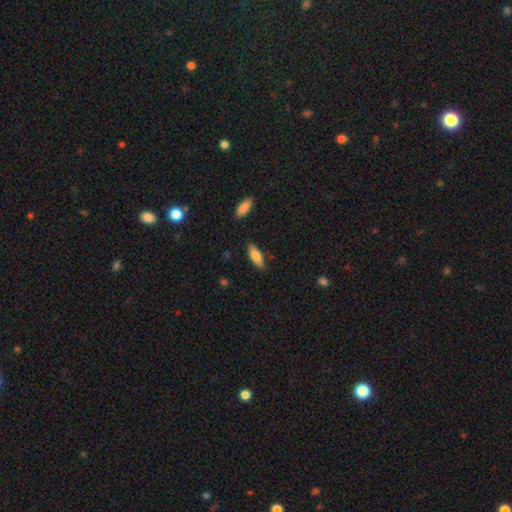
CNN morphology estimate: This appears to be a smooth galaxy with no disk features (79%) that is in between round and cigar-shaped (63%). Merging: none (81%).